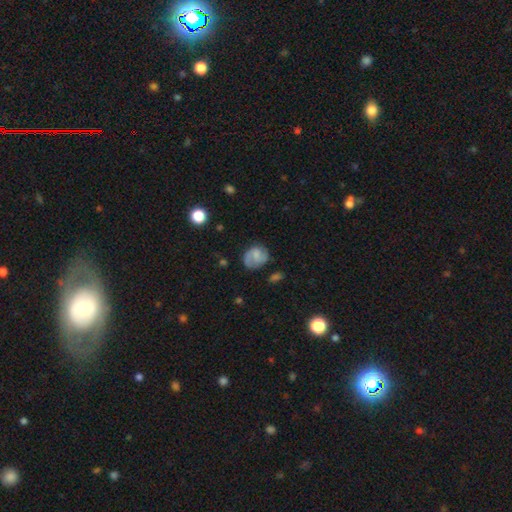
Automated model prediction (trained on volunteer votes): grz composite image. It shows a smooth galaxy with no disk features (49%). Merging: none (58%).